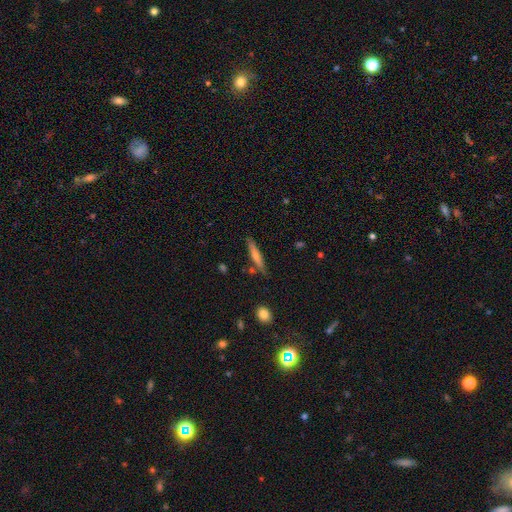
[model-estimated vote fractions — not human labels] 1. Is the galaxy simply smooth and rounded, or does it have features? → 52% smooth, 41% featured or disk, 7% star or artifact.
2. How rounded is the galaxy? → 91% cigar-shaped, 7% in between, 2% round.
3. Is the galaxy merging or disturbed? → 82% none, 12% minor disturbance, 4% merger, 2% major disturbance.